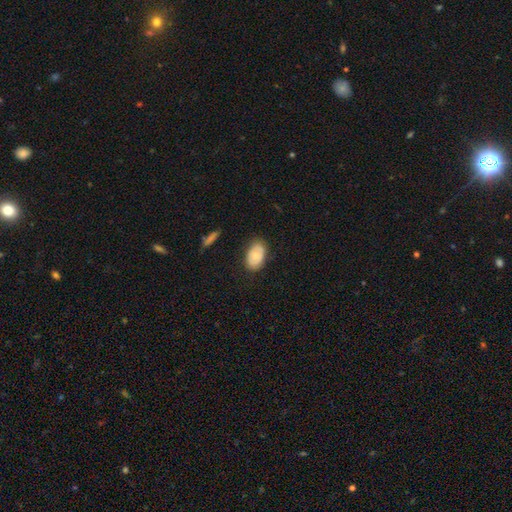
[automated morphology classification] smooth-or-featured: smooth: 71% | featured or disk: 23% | star or artifact: 7%
  how-rounded: in between: 90% | round: 9% | cigar-shaped: 1%
  merging: none: 79% | minor disturbance: 16% | major disturbance: 4% | merger: 2%